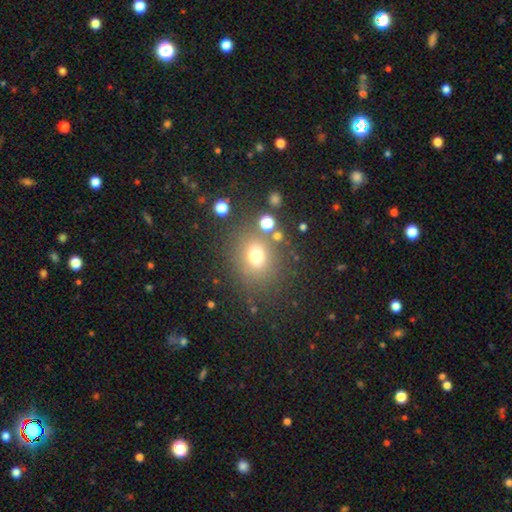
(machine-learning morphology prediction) Smooth or featured? Predicted: smooth (p=0.70). How rounded? Predicted: round (p=0.68). Merging? Predicted: none (p=0.75).